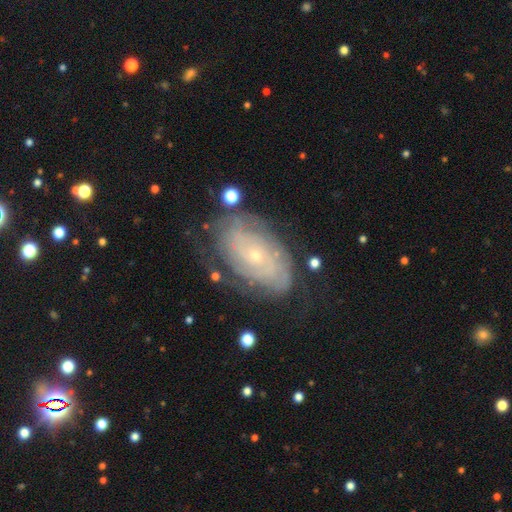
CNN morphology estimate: smooth_or_featured: featured or disk (p=0.77) [alt: smooth p=0.15]
disk_edge_on: no (p=0.95) [alt: yes p=0.05]
bar: no (p=0.81) [alt: weak p=0.15]
has_spiral_arms: yes (p=0.86) [alt: no p=0.14]
spiral_winding: tight (p=0.76) [alt: medium p=0.18]
spiral_arm_count: can't tell (p=0.56) [alt: 2 p=0.15]
bulge_size: small (p=0.82) [alt: moderate p=0.15]
merging: none (p=0.67) [alt: minor disturbance p=0.20]